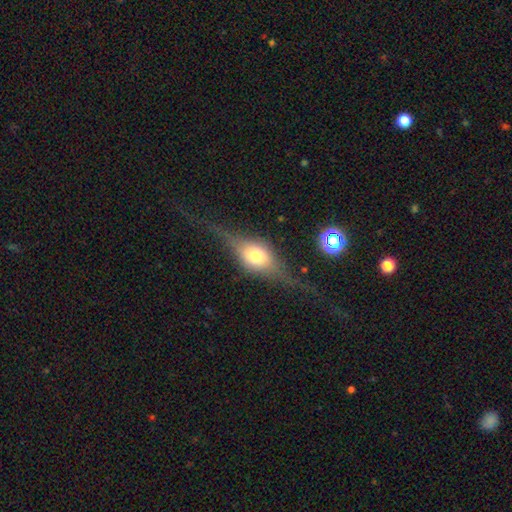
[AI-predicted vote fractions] featured or disk 66%, smooth 26%, star or artifact 8%. Down the decision tree: edge-on disk — yes (91%); edge-on bulge — rounded (93%); merging — none (69%).